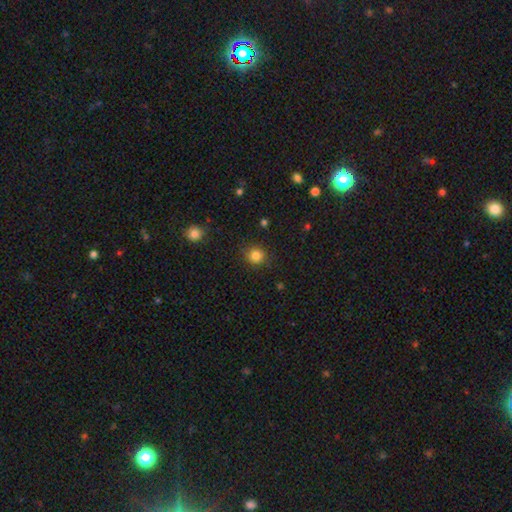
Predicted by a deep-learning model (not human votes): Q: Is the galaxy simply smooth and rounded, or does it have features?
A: smooth — 84%.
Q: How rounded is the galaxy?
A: round — 90%.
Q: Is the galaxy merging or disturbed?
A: none — 87%.